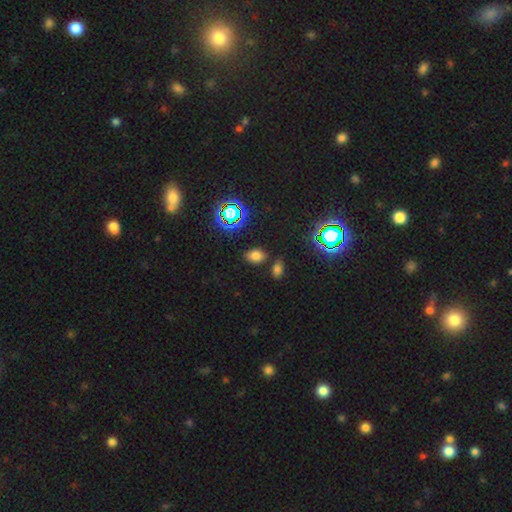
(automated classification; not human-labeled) smooth_or_featured: smooth (p=0.68) [alt: star or artifact p=0.25]
how_rounded: in between (p=0.84) [alt: round p=0.14]
merging: none (p=0.82) [alt: minor disturbance p=0.09]